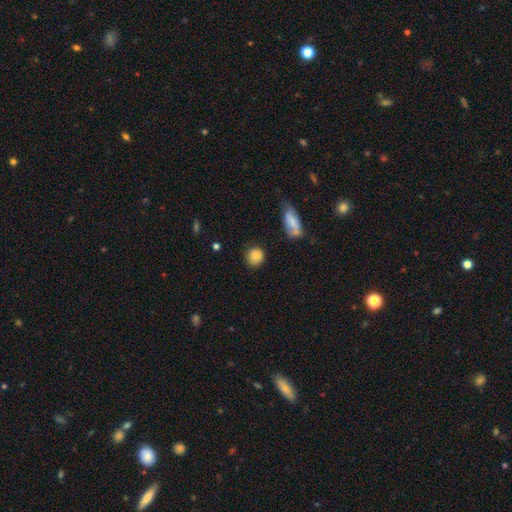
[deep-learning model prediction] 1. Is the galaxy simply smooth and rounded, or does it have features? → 84% smooth, 9% star or artifact, 7% featured or disk.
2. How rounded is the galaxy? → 83% round, 15% in between, 1% cigar-shaped.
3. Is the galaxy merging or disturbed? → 79% none, 15% minor disturbance, 4% major disturbance, 3% merger.